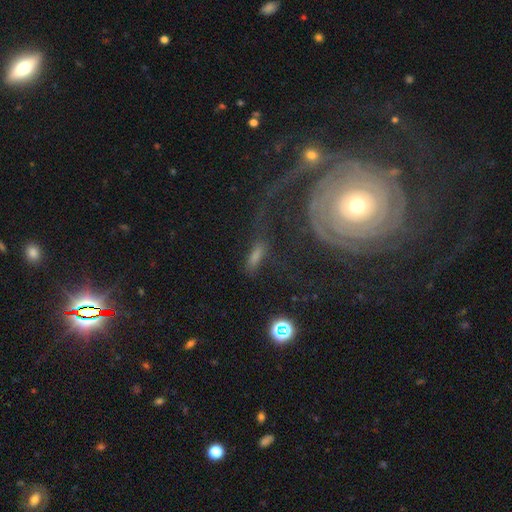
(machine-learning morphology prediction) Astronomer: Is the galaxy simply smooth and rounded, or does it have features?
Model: featured or disk — 57%.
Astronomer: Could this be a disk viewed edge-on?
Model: no — 78%.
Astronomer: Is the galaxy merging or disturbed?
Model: none — 57%.